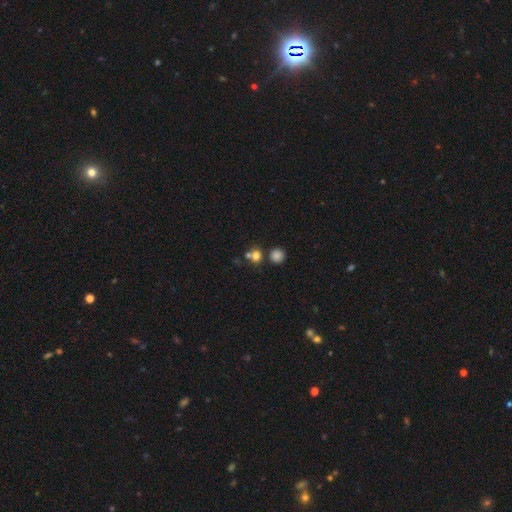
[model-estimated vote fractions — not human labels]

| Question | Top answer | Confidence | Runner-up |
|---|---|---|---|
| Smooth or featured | smooth | 74% | star or artifact (16%) |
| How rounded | round | 84% | in between (15%) |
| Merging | none | 55% | merger (33%) |